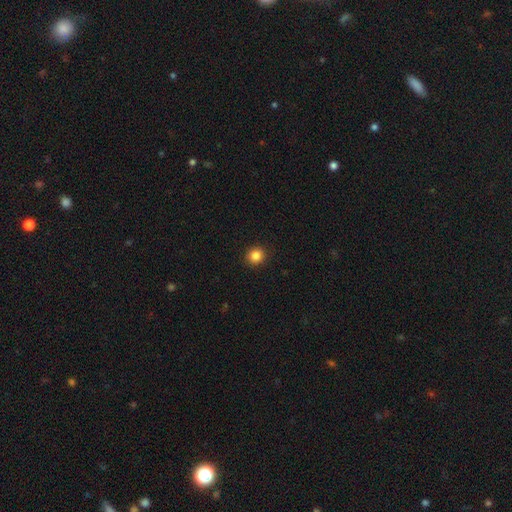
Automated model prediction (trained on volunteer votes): This is clearly a smooth galaxy (85%). How rounded: clearly round (90%). Merging: clearly none (92%).